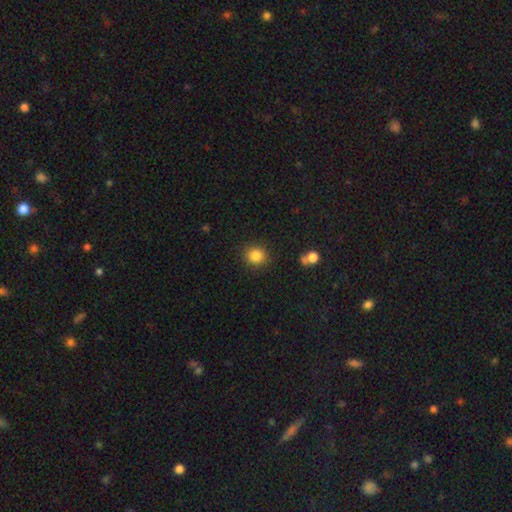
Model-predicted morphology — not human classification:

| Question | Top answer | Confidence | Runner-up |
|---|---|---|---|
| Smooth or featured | smooth | 85% | star or artifact (11%) |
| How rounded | round | 87% | in between (12%) |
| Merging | none | 89% | minor disturbance (7%) |